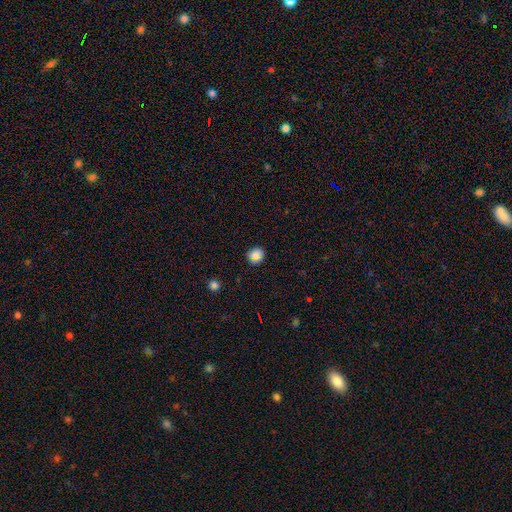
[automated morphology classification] smooth 79%, star or artifact 14%, featured or disk 7%. Down the decision tree: how rounded — round (81%); merging — none (85%).